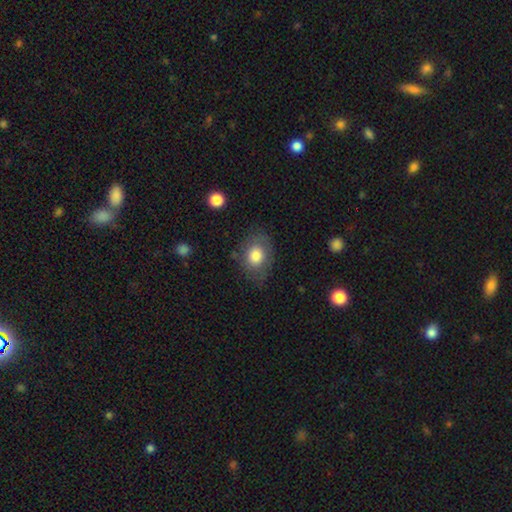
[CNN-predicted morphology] Smooth or featured: smooth — 76% (featured or disk — 16%)
How rounded: in between — 63% (round — 36%)
Merging: none — 73% (minor disturbance — 18%)